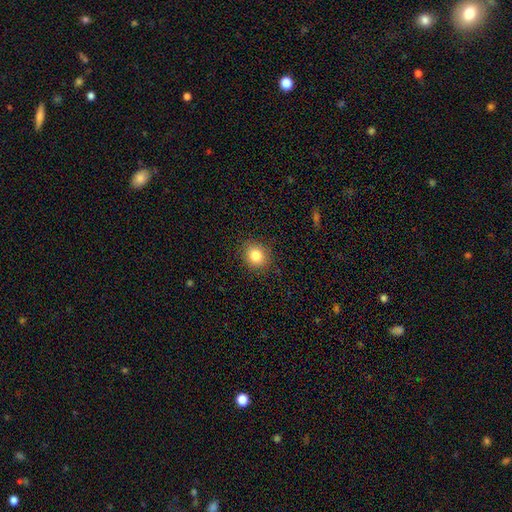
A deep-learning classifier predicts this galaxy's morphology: Q: Smooth or featured?
A: smooth (83%); runner-up: star or artifact (10%)
Q: How rounded?
A: round (71%); runner-up: in between (28%)
Q: Merging?
A: none (88%); runner-up: minor disturbance (9%)